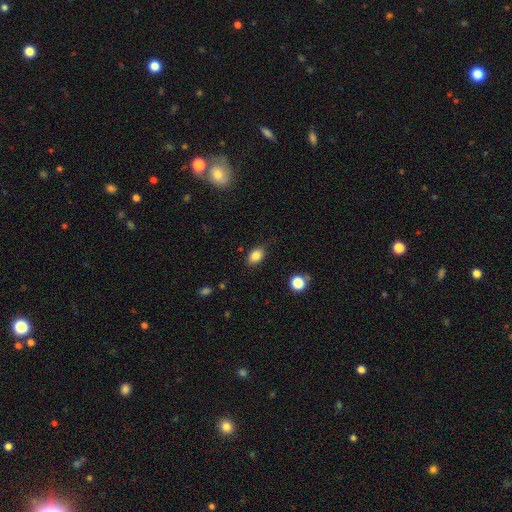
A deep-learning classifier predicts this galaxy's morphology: Overall: smooth (84%). How rounded: in between (83%). Merging: none (82%).